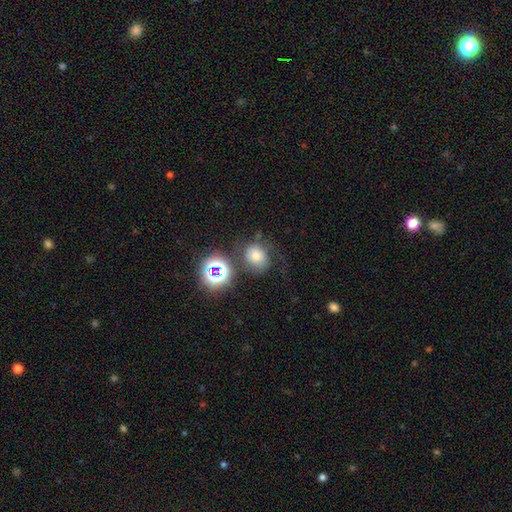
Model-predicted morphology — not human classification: type=smooth (53%); roundness=round (70%); merging=none (52%).